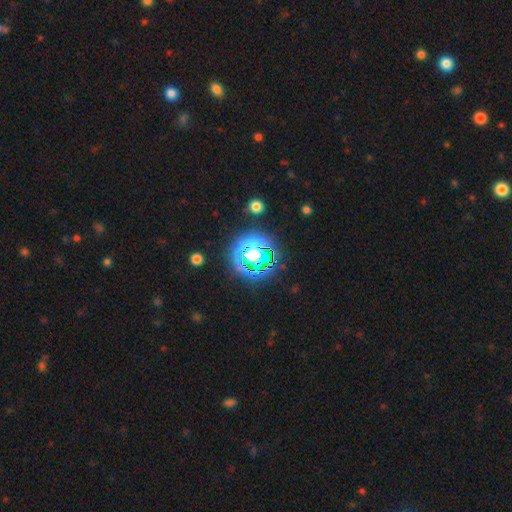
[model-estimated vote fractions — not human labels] star or artifact 64%, smooth 23%, featured or disk 14%.